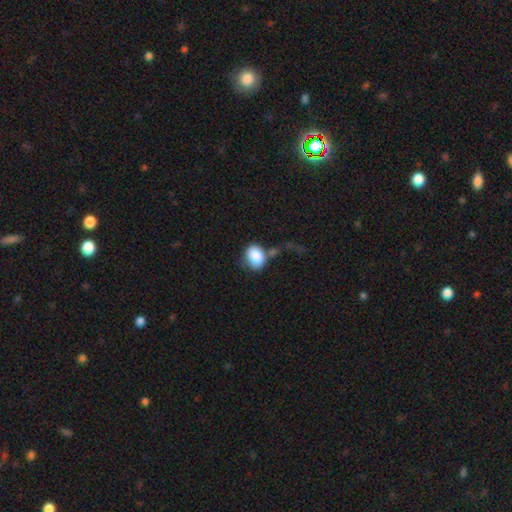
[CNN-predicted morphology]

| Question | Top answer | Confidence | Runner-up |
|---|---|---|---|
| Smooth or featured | smooth | 85% | featured or disk (8%) |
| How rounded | in between | 62% | round (37%) |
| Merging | none | 39% | minor disturbance (26%) |